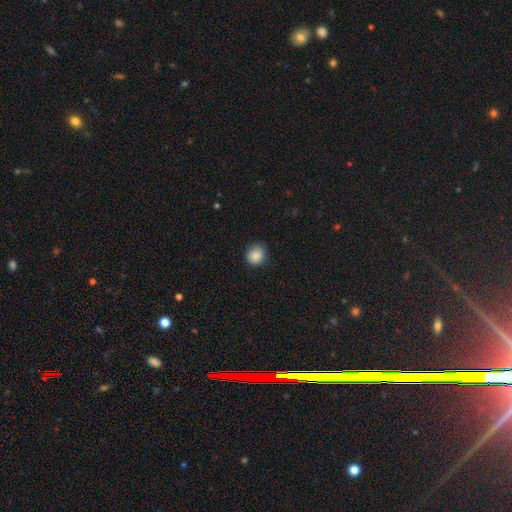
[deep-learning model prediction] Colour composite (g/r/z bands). It shows a smooth galaxy with no disk features (87%) that is round (83%). Merging: none (83%).